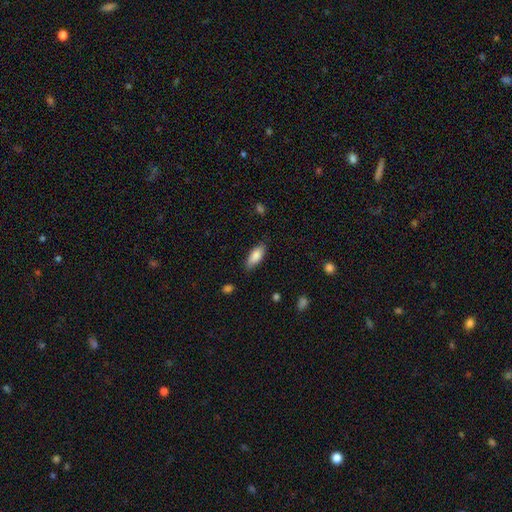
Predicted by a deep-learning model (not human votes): Smooth or featured?
  - smooth: 84% *
  - featured or disk: 10%
  - star or artifact: 6%
How rounded?
  - in between: 80% *
  - cigar-shaped: 18%
  - round: 2%
Merging?
  - none: 80% *
  - minor disturbance: 16%
  - major disturbance: 3%
  - merger: 1%